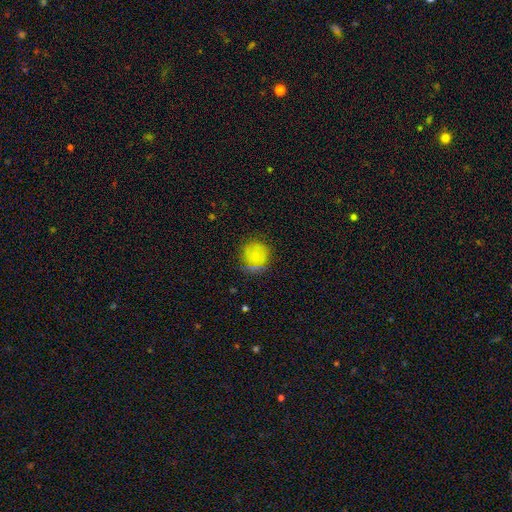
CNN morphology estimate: This is likely a smooth galaxy (64%). How rounded: clearly round (89%). Merging: likely none (69%).